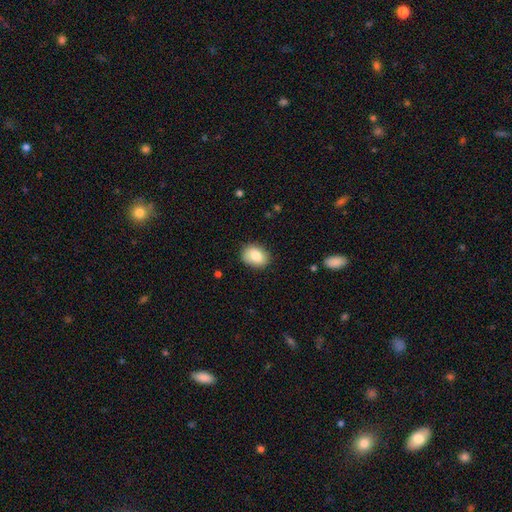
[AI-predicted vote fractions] Smooth or featured? Predicted: smooth (p=0.82). How rounded? Predicted: in between (p=0.67). Merging? Predicted: none (p=0.85).